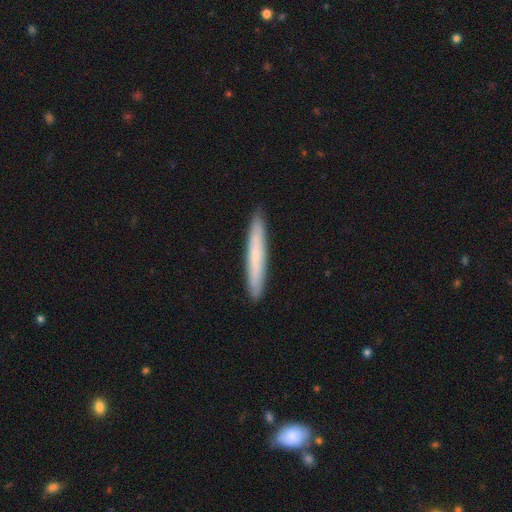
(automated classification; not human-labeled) This appears to be a smooth galaxy with no disk features (70%) that is cigar-shaped (96%). Merging: none (92%).